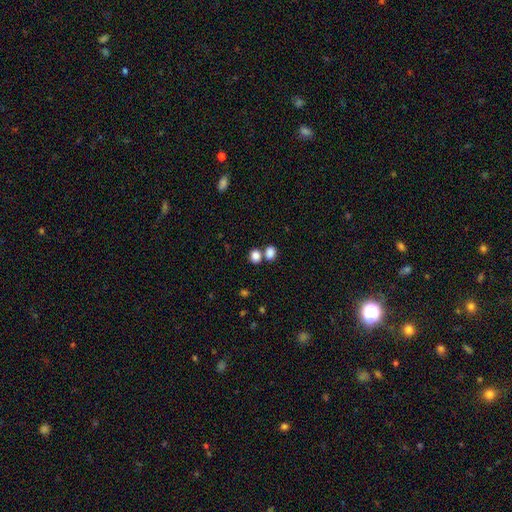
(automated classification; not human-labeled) Smooth or featured? smooth (84%)
How rounded? in between (51%)
Merging? none (49%)